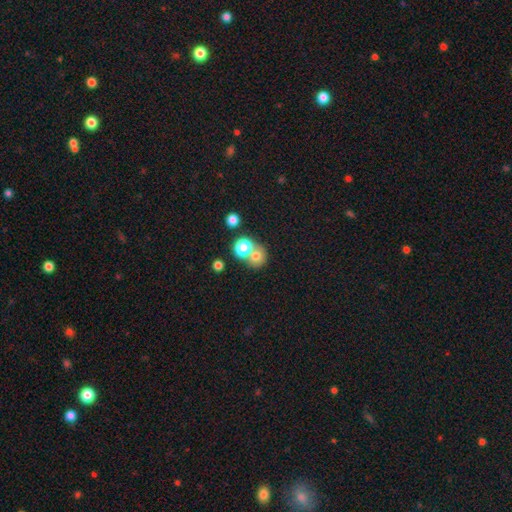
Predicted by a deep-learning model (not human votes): This is likely a smooth galaxy (71%). How rounded: likely round (79%). Merging: possibly merger (48%).